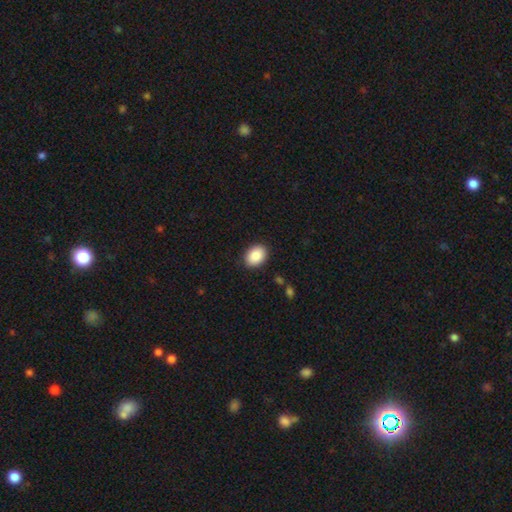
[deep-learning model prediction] A smooth galaxy with no disk features (89%) that is in between round and cigar-shaped (71%). Merging: none (89%).